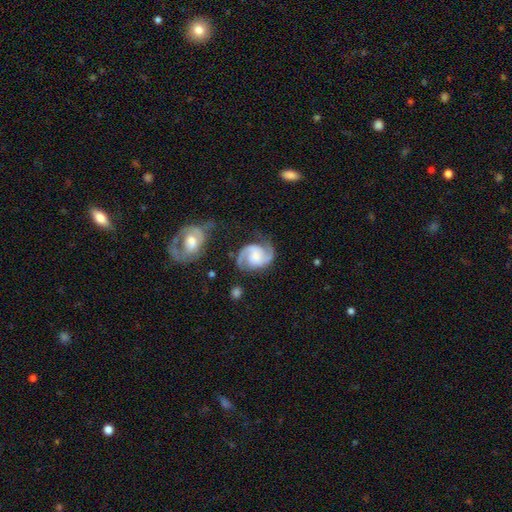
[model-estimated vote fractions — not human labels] smooth-or-featured: featured or disk: 88% | smooth: 7% | star or artifact: 5%
  disk-edge-on: no: 98% | yes: 2%
    bar: no: 54% | weak: 36% | strong: 11%
    has-spiral-arms: yes: 98% | no: 2%
      spiral-winding: medium: 55% | tight: 27% | loose: 18%
      spiral-arm-count: 2: 93% | can't tell: 2% | 3: 2% | 1: 2% | 4: 1% | more than 4: 1%
    bulge-size: none: 28% | moderate: 27% | small: 23% | large: 18% | dominant: 3%
  merging: none: 71% | minor disturbance: 17% | major disturbance: 7% | merger: 4%